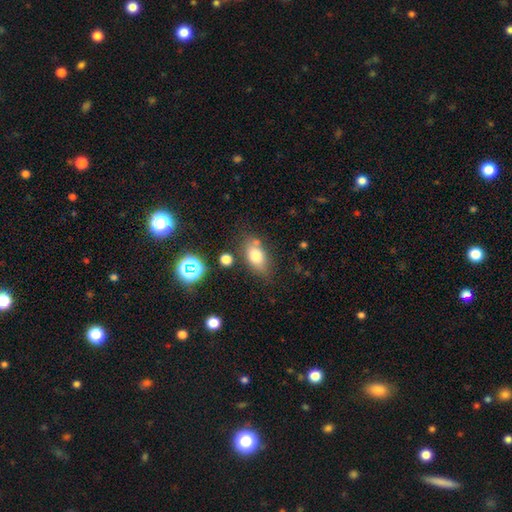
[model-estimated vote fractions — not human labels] Smooth or featured: smooth — 74% (featured or disk — 15%)
How rounded: in between — 83% (round — 12%)
Merging: none — 67% (minor disturbance — 19%)